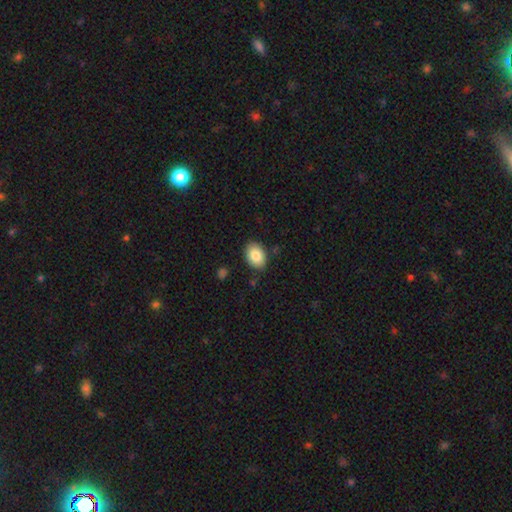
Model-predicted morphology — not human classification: Overall: smooth (85%). How rounded: in between (75%). Merging: none (84%).